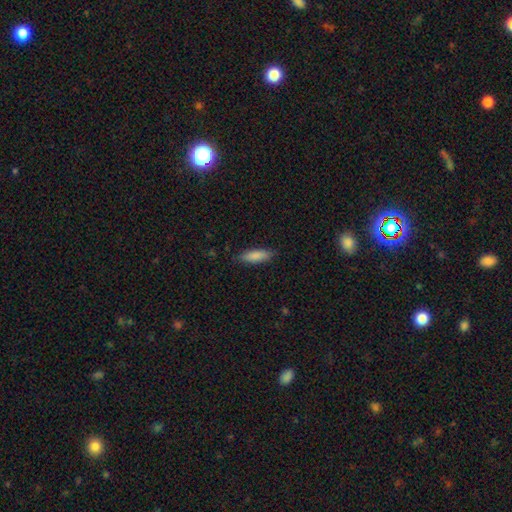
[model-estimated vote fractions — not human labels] Smooth or featured? smooth (85%)
How rounded? in between (49%, tied with cigar-shaped)
Merging? none (84%)